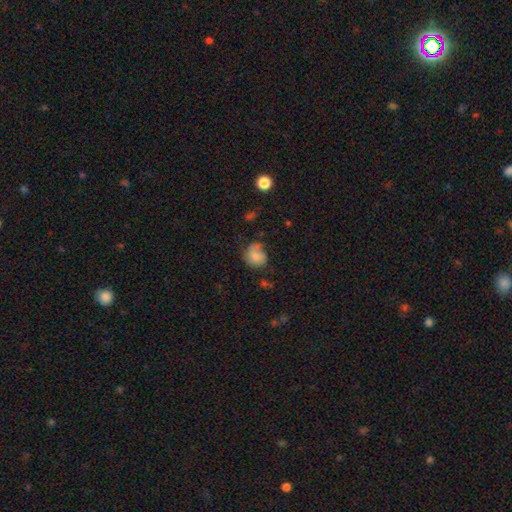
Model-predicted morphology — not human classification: type=smooth (68%); roundness=round (68%); merging=none (47%).